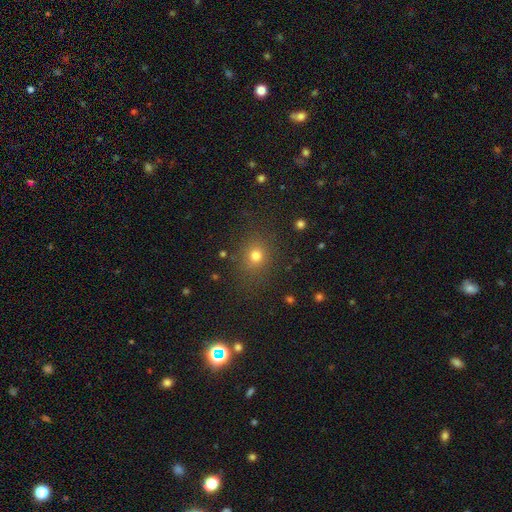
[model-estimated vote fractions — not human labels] Smooth or featured? Predicted: smooth (p=0.75). How rounded? Predicted: round (p=0.72). Merging? Predicted: none (p=0.82).